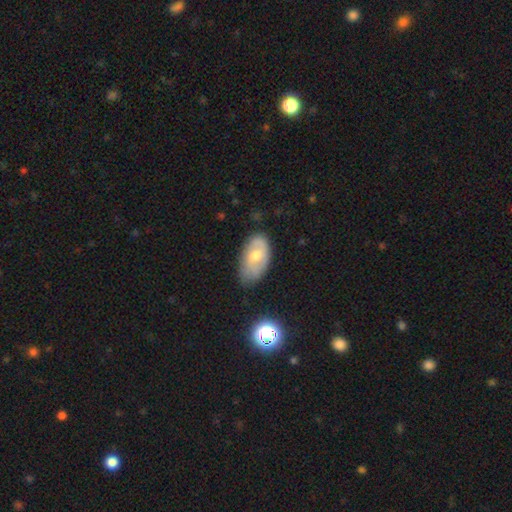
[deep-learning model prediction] Q: Smooth or featured?
A: smooth (51%); runner-up: featured or disk (41%)
Q: How rounded?
A: in between (92%); runner-up: round (6%)
Q: Merging?
A: none (58%); runner-up: minor disturbance (33%)